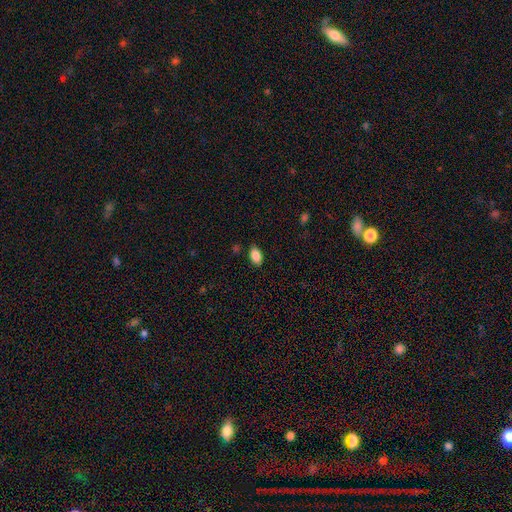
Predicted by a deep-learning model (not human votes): Smooth or featured? smooth (87%)
How rounded? in between (92%)
Merging? none (85%)